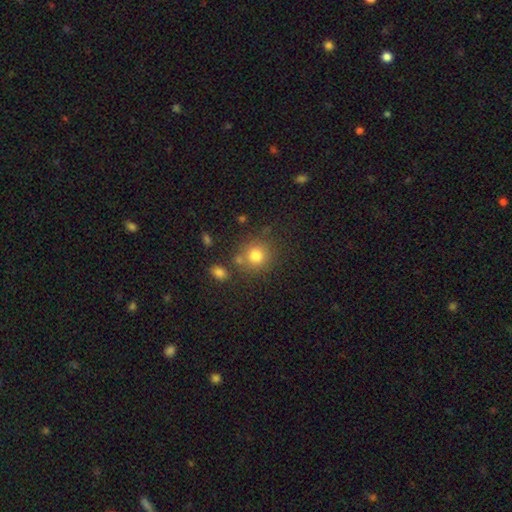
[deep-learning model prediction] smooth 79%, star or artifact 12%, featured or disk 9%. Down the decision tree: how rounded — round (88%); merging — none (72%).